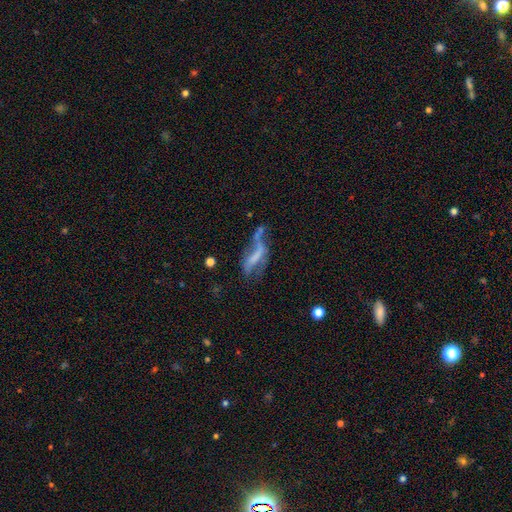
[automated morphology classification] A featured or disk galaxy (57%). Merging: major disturbance (40%).